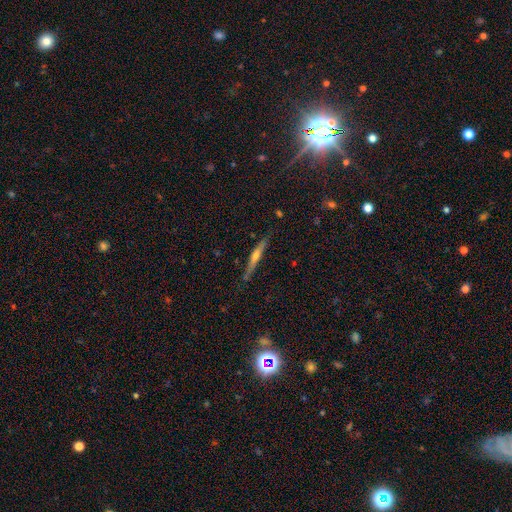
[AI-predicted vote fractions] Morphology: type=featured or disk (68%); edge-on=yes (97%); edge-on bulge=rounded (78%); merging=none (85%).